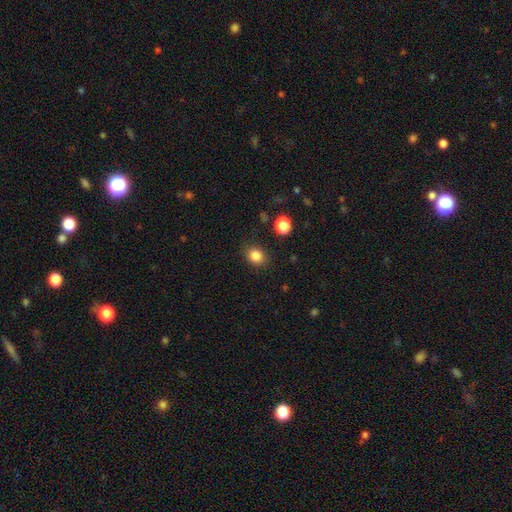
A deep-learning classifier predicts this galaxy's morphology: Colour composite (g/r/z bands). It shows a smooth galaxy with no disk features (84%) that is round (56%). Merging: none (85%).